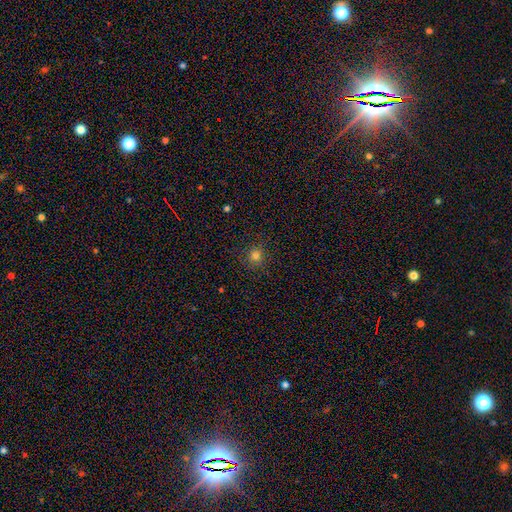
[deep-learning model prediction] Smooth or featured: smooth — 78% (star or artifact — 16%)
How rounded: round — 89% (in between — 10%)
Merging: none — 86% (minor disturbance — 9%)